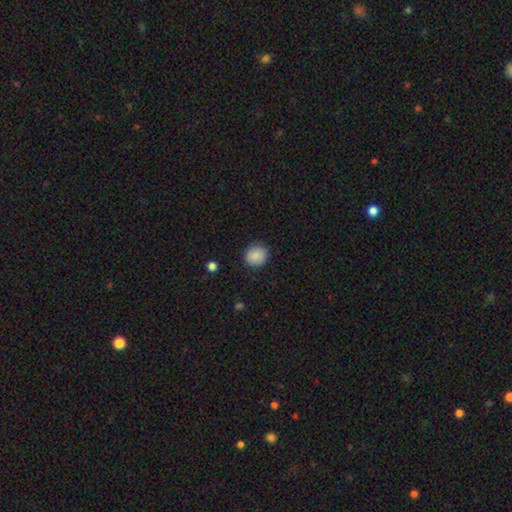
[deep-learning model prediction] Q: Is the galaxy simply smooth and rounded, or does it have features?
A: smooth — 87%.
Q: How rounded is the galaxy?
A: round — 88%.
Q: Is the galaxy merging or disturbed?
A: none — 89%.